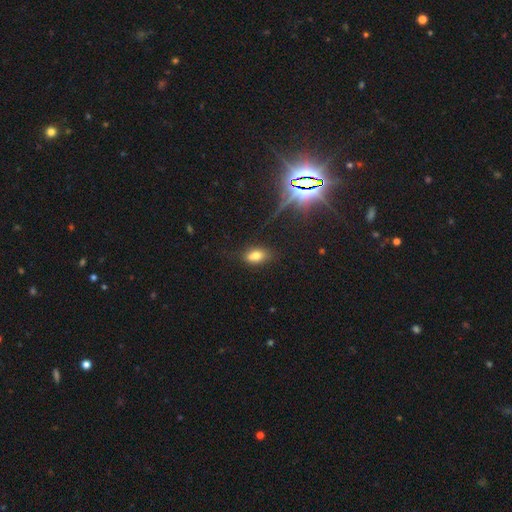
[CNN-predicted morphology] Q: Smooth or featured?
A: smooth (75%); runner-up: star or artifact (14%)
Q: How rounded?
A: in between (88%); runner-up: round (8%)
Q: Merging?
A: none (74%); runner-up: minor disturbance (18%)